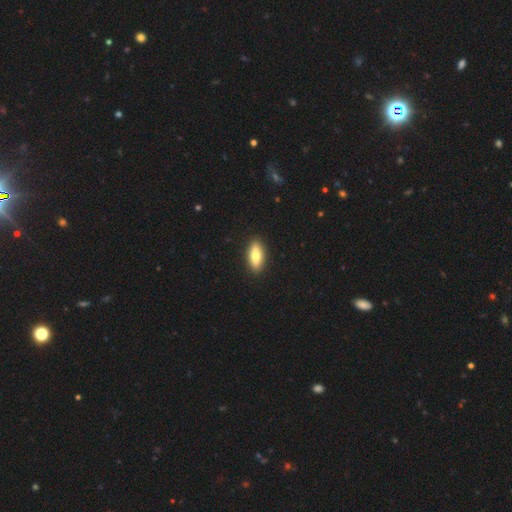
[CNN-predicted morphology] smooth 72%, featured or disk 22%, star or artifact 6%. Down the decision tree: how rounded — in between (76%); merging — none (91%).